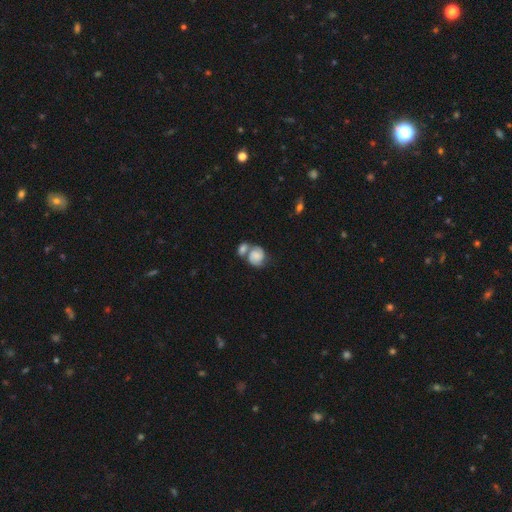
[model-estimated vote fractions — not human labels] This is possibly a smooth galaxy (50%). How rounded: likely round (68%). Merging: possibly merger (54%).